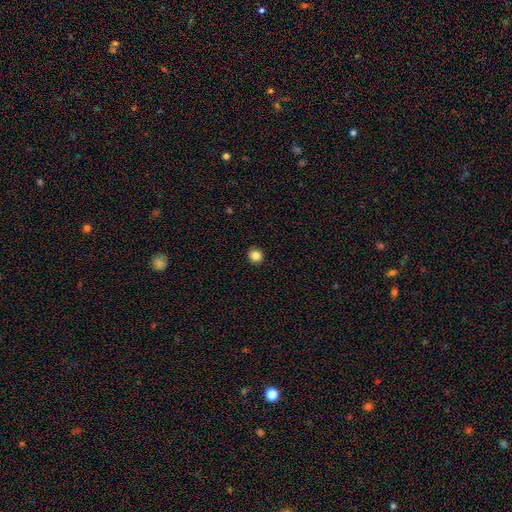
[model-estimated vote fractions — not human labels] The model was most divided on "smooth or featured": smooth: 84%, star or artifact: 11%, featured or disk: 4%. More confident: merging — none (93%); how rounded — round (90%).